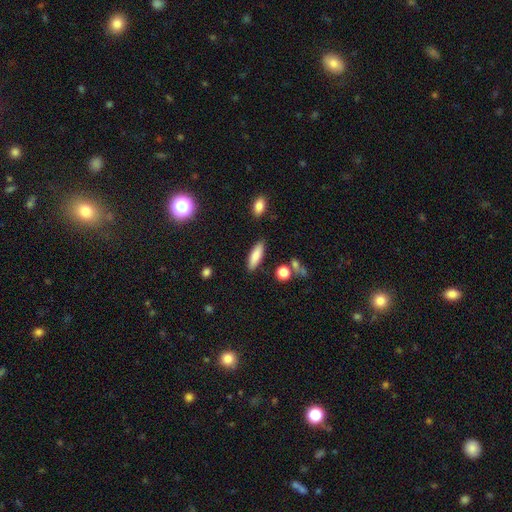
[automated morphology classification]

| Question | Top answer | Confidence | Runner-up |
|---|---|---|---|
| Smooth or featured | smooth | 82% | featured or disk (11%) |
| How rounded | cigar-shaped | 50% | in between (48%) |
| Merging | none | 85% | minor disturbance (9%) |